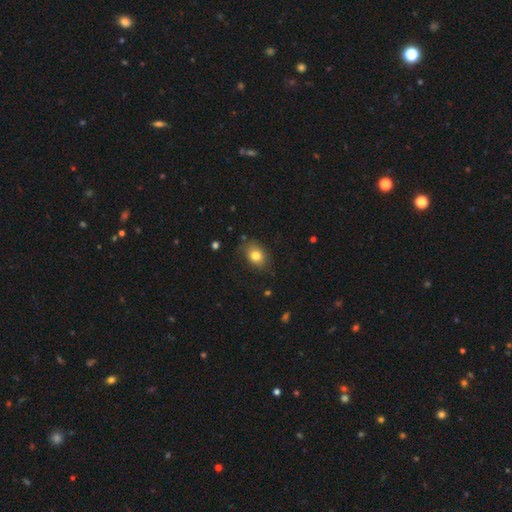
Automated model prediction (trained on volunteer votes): Smooth or featured? Predicted: smooth (p=0.80). How rounded? Predicted: in between (p=0.71). Merging? Predicted: none (p=0.76).